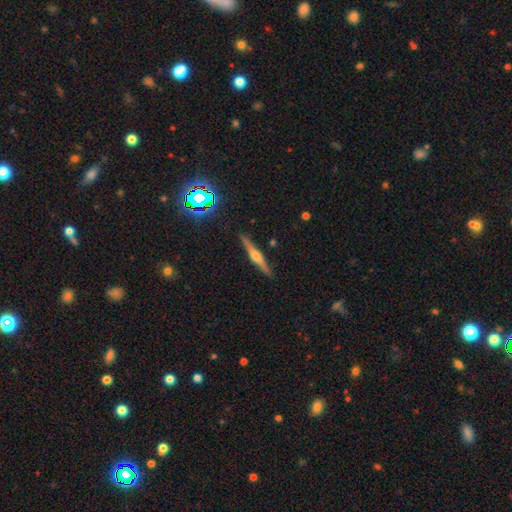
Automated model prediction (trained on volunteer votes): featured or disk 67%, smooth 24%, star or artifact 9%. Down the decision tree: edge-on disk — yes (97%); edge-on bulge — rounded (86%); merging — none (89%).